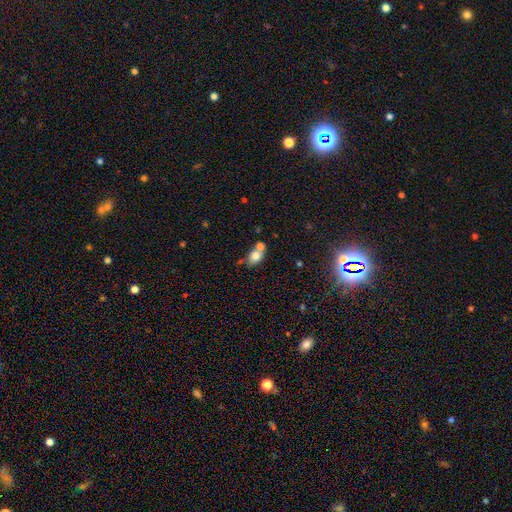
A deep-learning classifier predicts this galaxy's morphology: smooth_or_featured: smooth (p=0.76) [alt: featured or disk p=0.15]
how_rounded: in between (p=0.71) [alt: round p=0.27]
merging: merger (p=0.43) [alt: none p=0.41]